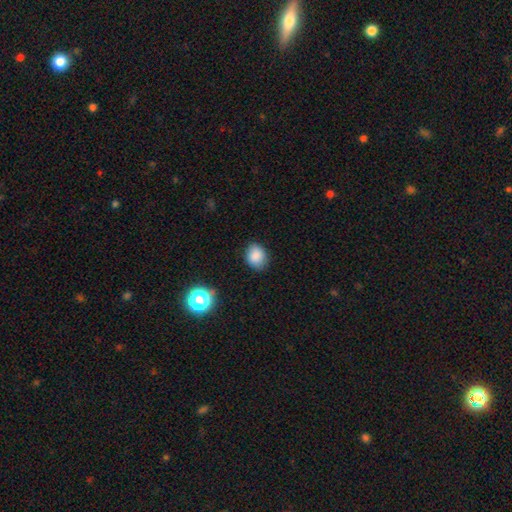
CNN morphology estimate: smooth-or-featured: smooth: 85% | star or artifact: 10% | featured or disk: 5%
  how-rounded: round: 51% | in between: 49% | cigar-shaped: 1%
  merging: none: 81% | minor disturbance: 14% | major disturbance: 3% | merger: 1%